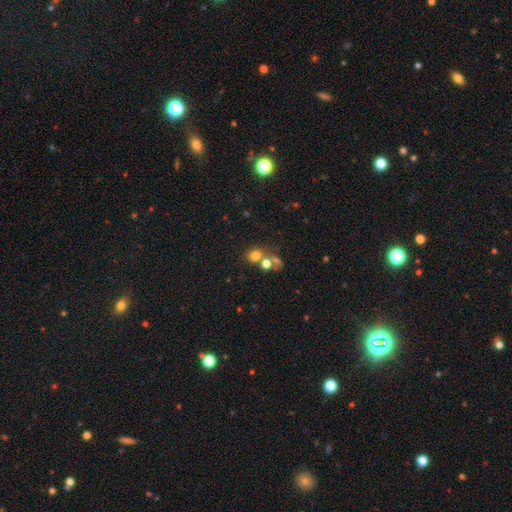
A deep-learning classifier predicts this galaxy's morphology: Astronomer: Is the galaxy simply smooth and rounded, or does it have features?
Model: smooth — 72%.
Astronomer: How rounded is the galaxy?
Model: round — 57% (runner-up: in between, 41%).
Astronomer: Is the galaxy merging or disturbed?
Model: none — 45% (runner-up: merger, 37%).